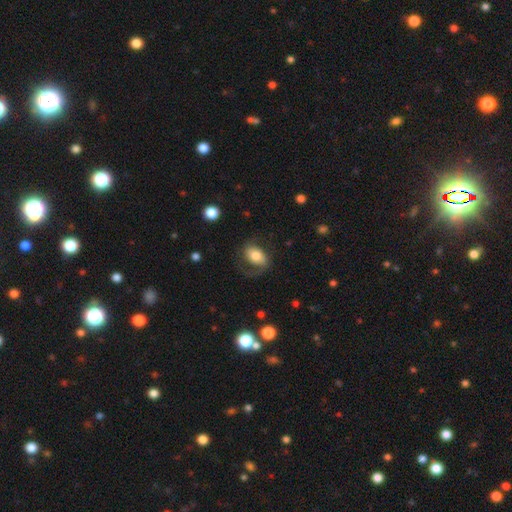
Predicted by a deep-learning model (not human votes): Overall: smooth (49%; featured or disk 44%). Merging: none (56%; major disturbance 24%).